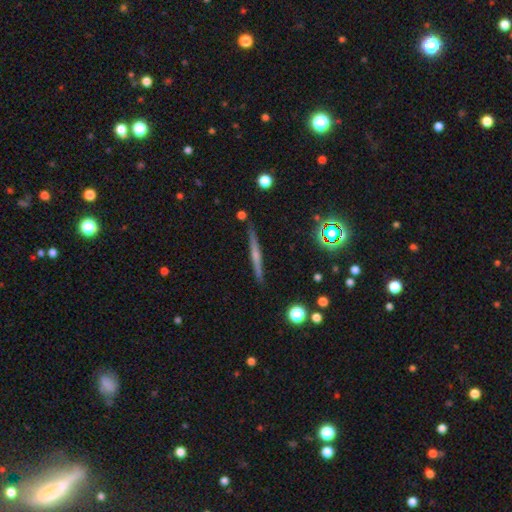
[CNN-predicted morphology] smooth_or_featured: featured or disk (p=0.58) [alt: smooth p=0.31]
disk_edge_on: yes (p=0.97) [alt: no p=0.03]
edge_on_bulge: rounded (p=0.51) [alt: none p=0.40]
merging: none (p=0.89) [alt: minor disturbance p=0.08]